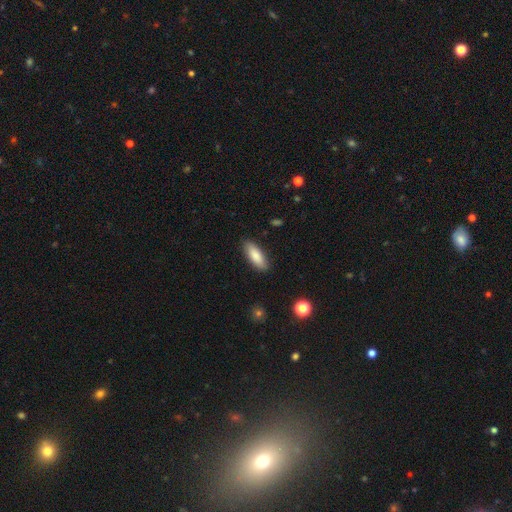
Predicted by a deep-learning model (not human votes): Overall: smooth (85%). How rounded: in between (70%). Merging: none (87%).